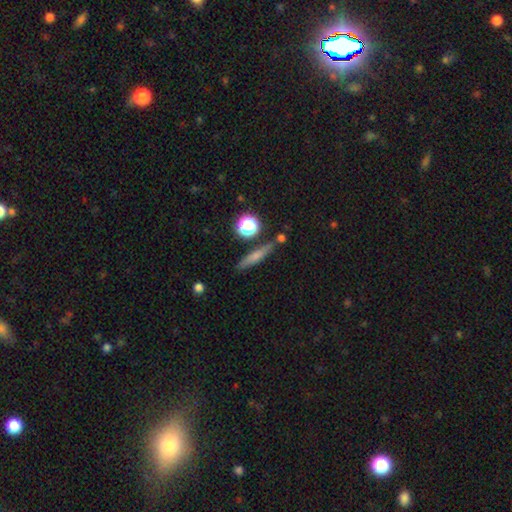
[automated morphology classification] A smooth galaxy with no disk features (61%) that is cigar-shaped (81%).

Vote fractions:
- Smooth or featured? smooth: 61% / featured or disk: 28% / star or artifact: 11%
- How rounded? cigar-shaped: 81% / in between: 11% / round: 8%
- Merging? none: 80% / minor disturbance: 11% / merger: 6% / major disturbance: 3%